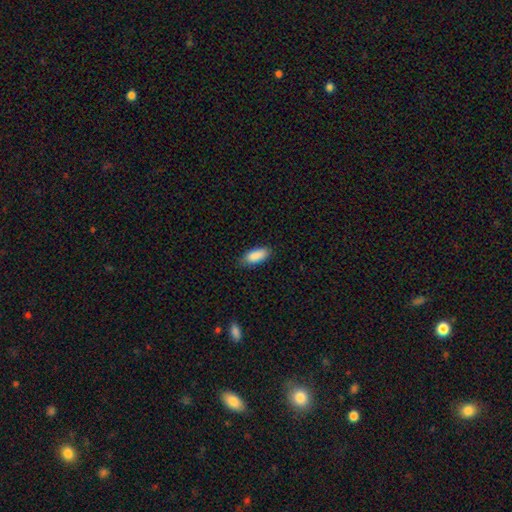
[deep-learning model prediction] This is clearly a smooth galaxy (89%). How rounded: clearly in between (85%). Merging: likely none (79%).